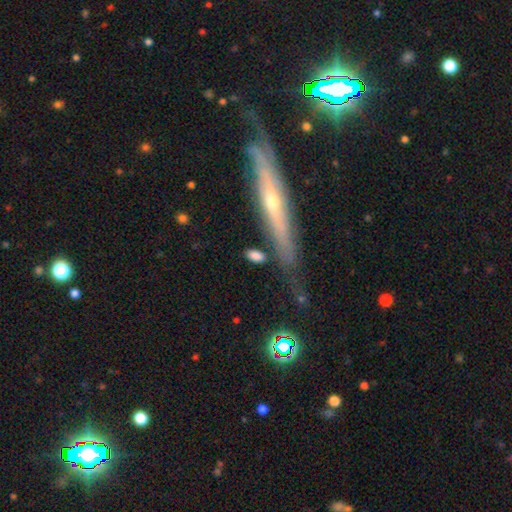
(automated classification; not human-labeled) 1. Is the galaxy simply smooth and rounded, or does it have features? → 80% smooth, 13% featured or disk, 7% star or artifact.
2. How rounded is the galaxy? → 78% in between, 15% cigar-shaped, 7% round.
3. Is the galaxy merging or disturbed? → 75% none, 13% minor disturbance, 6% merger, 5% major disturbance.